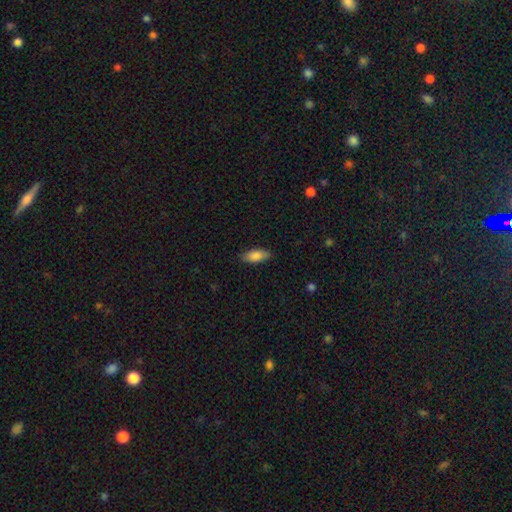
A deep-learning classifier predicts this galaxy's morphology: smooth_or_featured: smooth (p=0.84) [alt: featured or disk p=0.09]
how_rounded: in between (p=0.82) [alt: cigar-shaped p=0.15]
merging: none (p=0.84) [alt: minor disturbance p=0.12]